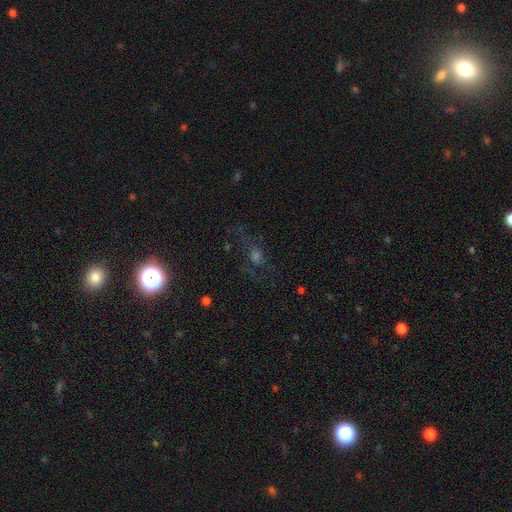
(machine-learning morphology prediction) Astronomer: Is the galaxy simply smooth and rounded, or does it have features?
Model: star or artifact — 39% (runner-up: featured or disk, 32%).